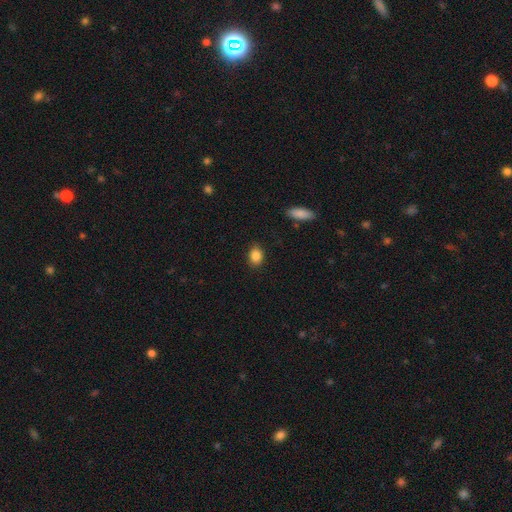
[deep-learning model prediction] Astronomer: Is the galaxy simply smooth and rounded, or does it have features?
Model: smooth — 86%.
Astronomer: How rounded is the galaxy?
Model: in between — 66%.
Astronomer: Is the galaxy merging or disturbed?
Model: none — 85%.